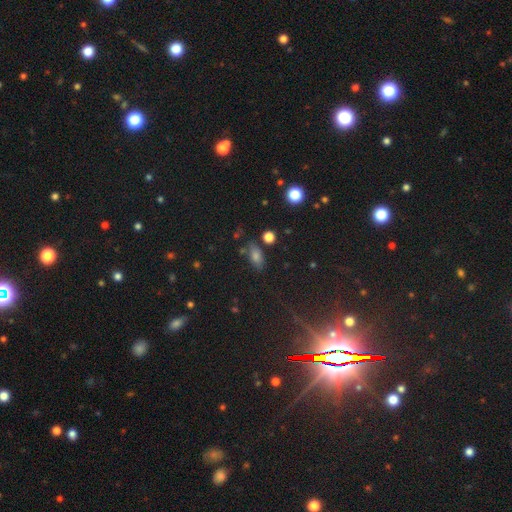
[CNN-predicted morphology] Overall: smooth (66%). How rounded: in between (82%). Merging: none (74%).